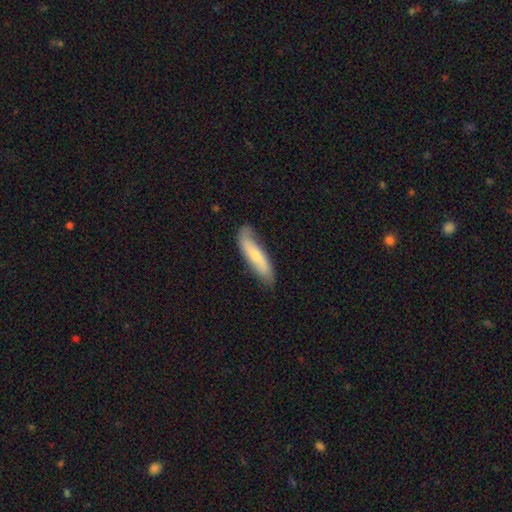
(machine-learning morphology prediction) smooth-or-featured: smooth: 52% | featured or disk: 43% | star or artifact: 6%
  how-rounded: cigar-shaped: 69% | in between: 29% | round: 2%
  merging: none: 69% | minor disturbance: 24% | major disturbance: 5% | merger: 2%